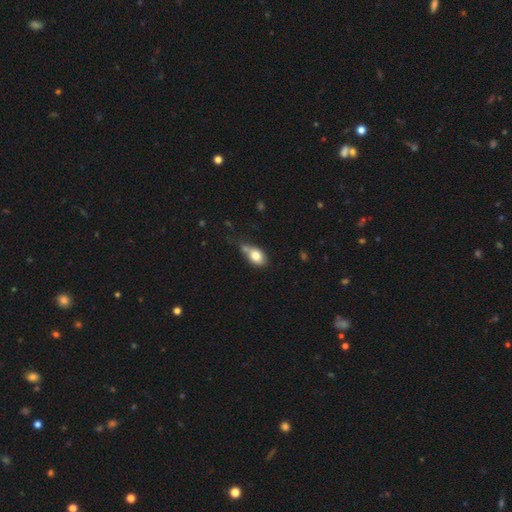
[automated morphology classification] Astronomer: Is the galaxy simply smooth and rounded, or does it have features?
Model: smooth — 79%.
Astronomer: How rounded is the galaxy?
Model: in between — 78%.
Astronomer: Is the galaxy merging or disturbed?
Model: none — 42% (runner-up: minor disturbance, 26%).